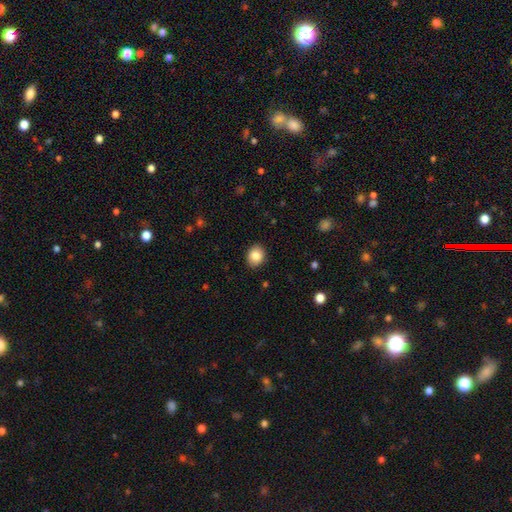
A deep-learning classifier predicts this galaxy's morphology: The model was most divided on "how rounded": round: 63%, in between: 36%, cigar-shaped: 1%. More confident: merging — none (90%); smooth or featured — smooth (85%).